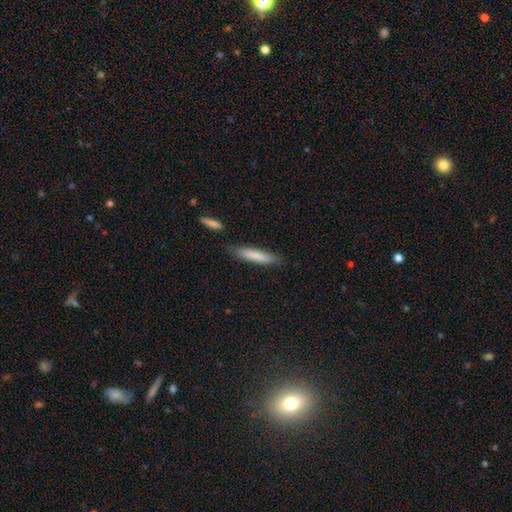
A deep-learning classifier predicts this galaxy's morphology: The model was most divided on "smooth or featured": smooth: 80%, featured or disk: 14%, star or artifact: 6%. More confident: how rounded — cigar-shaped (87%); merging — none (82%).